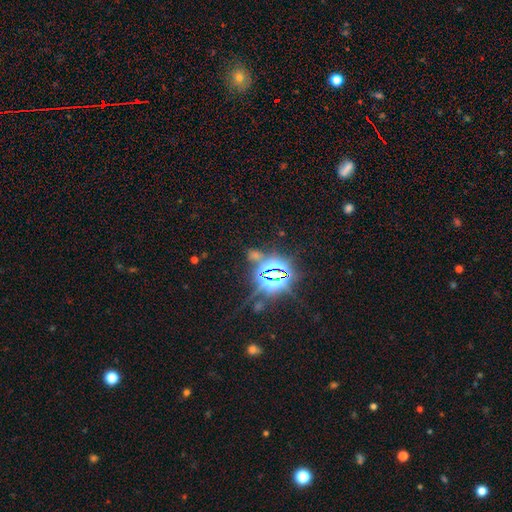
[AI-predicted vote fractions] The model was most divided on "smooth or featured": star or artifact: 81%, smooth: 11%, featured or disk: 8%.